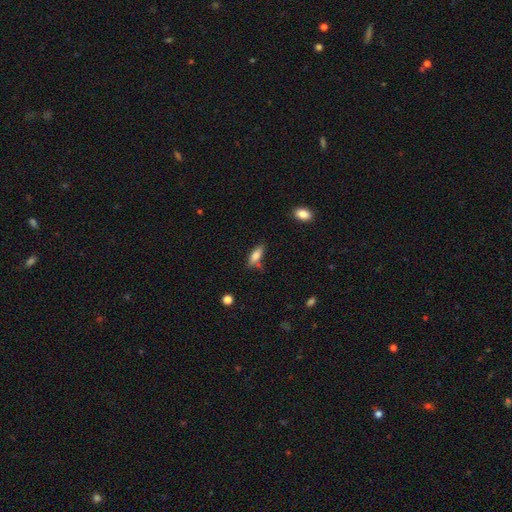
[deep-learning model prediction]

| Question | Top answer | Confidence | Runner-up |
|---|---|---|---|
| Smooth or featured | smooth | 76% | featured or disk (16%) |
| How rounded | in between | 62% | cigar-shaped (36%) |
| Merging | none | 68% | minor disturbance (20%) |